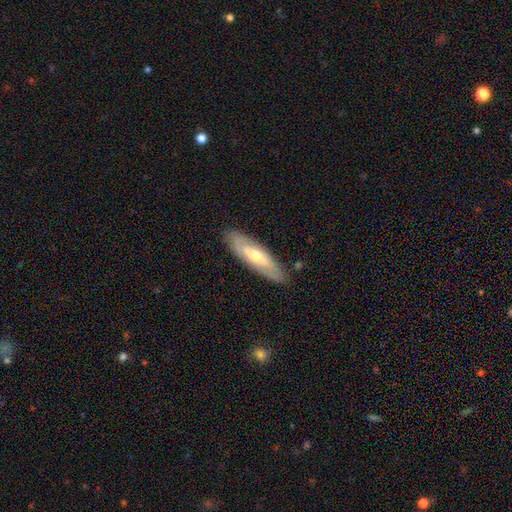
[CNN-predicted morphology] The model was most divided on "smooth or featured": featured or disk: 58%, smooth: 36%, star or artifact: 6%. More confident: merging — none (84%); edge-on disk — no (62%).